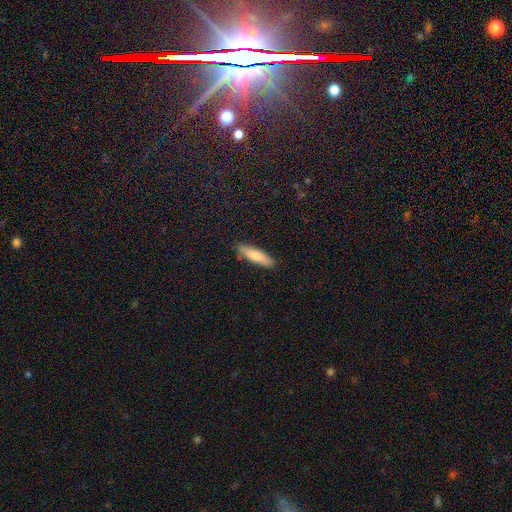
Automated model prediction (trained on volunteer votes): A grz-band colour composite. It shows a smooth galaxy with no disk features (75%) that is cigar-shaped (70%). Merging: none (87%).